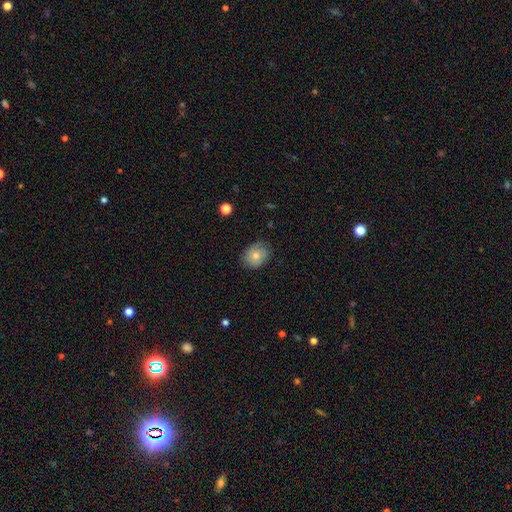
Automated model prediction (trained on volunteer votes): A smooth galaxy with no disk features (65%) that is round (51%). Merging: none (73%).